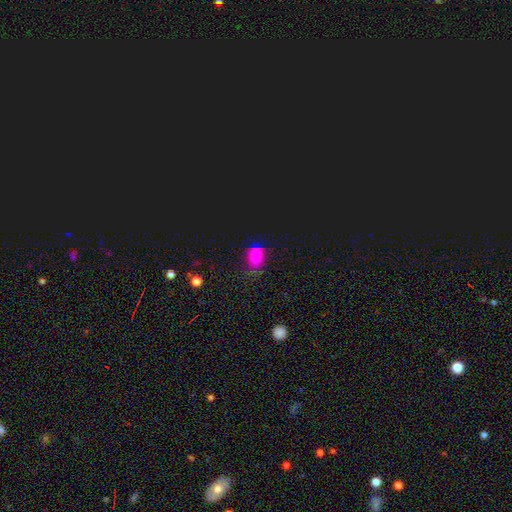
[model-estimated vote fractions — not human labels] Overall: smooth (67%). How rounded: in between (50%; round 48%). Merging: none (64%; minor disturbance 26%).